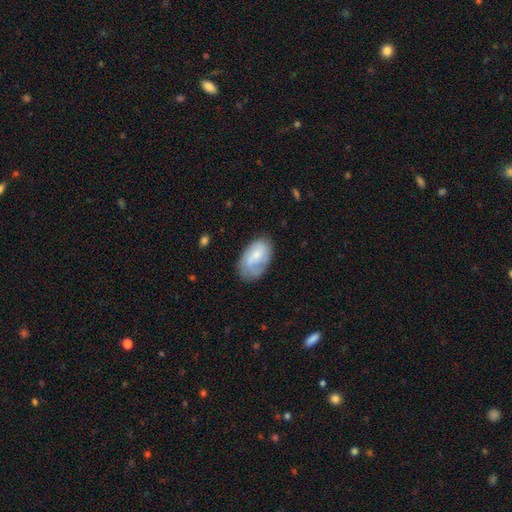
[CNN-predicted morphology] smooth 56%, featured or disk 37%, star or artifact 7%. Down the decision tree: how rounded — in between (92%); merging — none (63%).